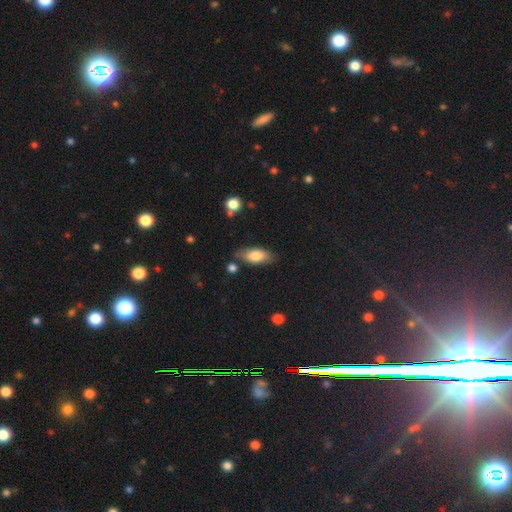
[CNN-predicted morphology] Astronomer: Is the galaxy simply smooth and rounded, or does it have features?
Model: smooth — 76%.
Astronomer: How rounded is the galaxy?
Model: in between — 80%.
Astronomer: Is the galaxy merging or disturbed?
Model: none — 75%.